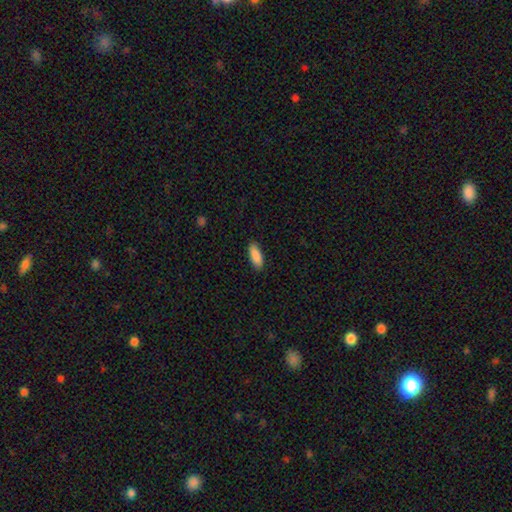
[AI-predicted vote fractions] This is clearly a smooth galaxy (90%). How rounded: likely in between (73%). Merging: clearly none (89%).